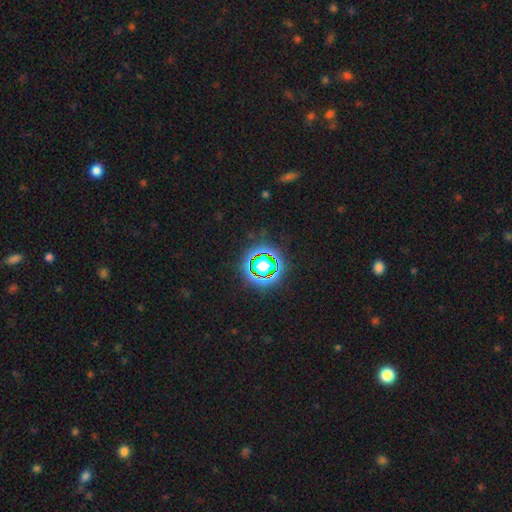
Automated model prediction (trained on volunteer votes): star or artifact 75%, smooth 16%, featured or disk 9%.